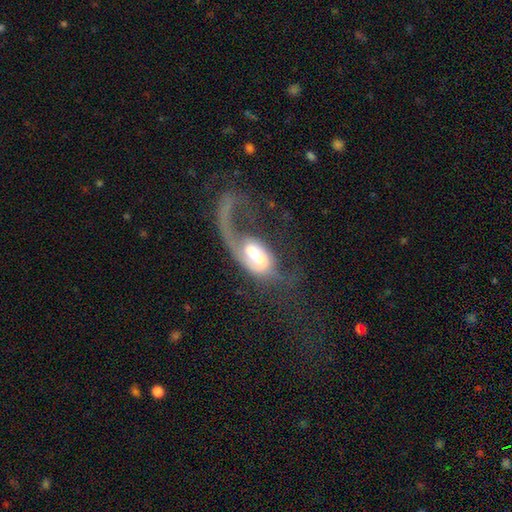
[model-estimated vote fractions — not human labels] This is possibly a featured or disk galaxy (59%). It is clearly not viewed edge-on (92%). Bar: marginally no (44%). Spiral arm pattern: likely yes (68%). Central bulge: marginally large (35%). Merging: likely major disturbance (62%).